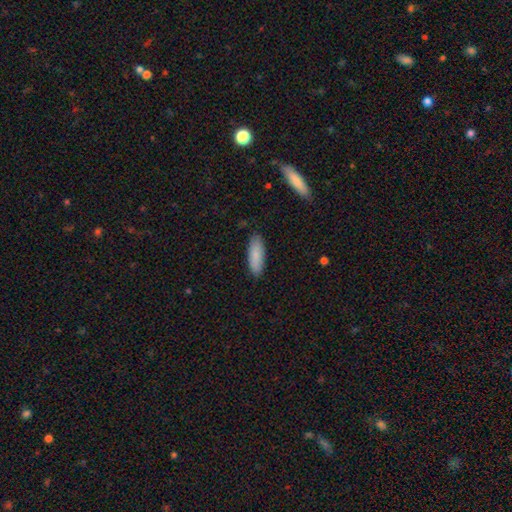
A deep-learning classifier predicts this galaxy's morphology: type=smooth (83%); roundness=in between (62%); merging=none (86%).